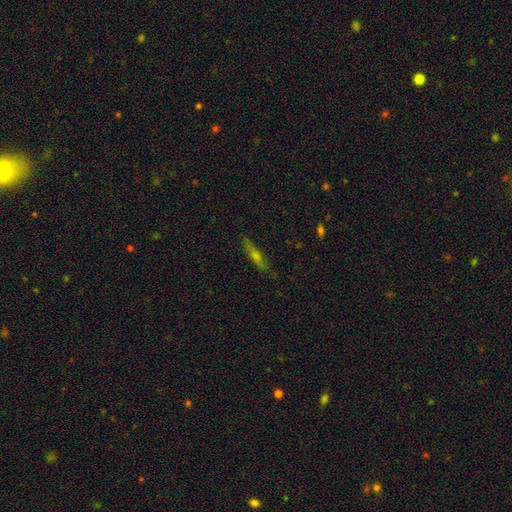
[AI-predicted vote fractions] Smooth or featured? featured or disk (53%)
Edge-on disk? yes (88%)
Merging? none (85%)